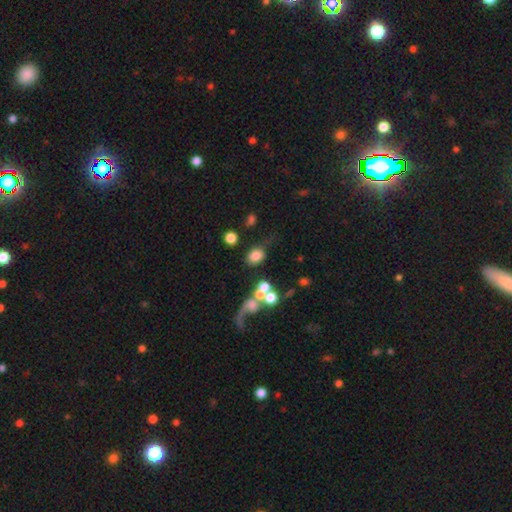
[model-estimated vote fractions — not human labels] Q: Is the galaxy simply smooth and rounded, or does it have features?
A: smooth — 73%.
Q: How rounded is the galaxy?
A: in between — 53%.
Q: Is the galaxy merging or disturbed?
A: none — 48%.